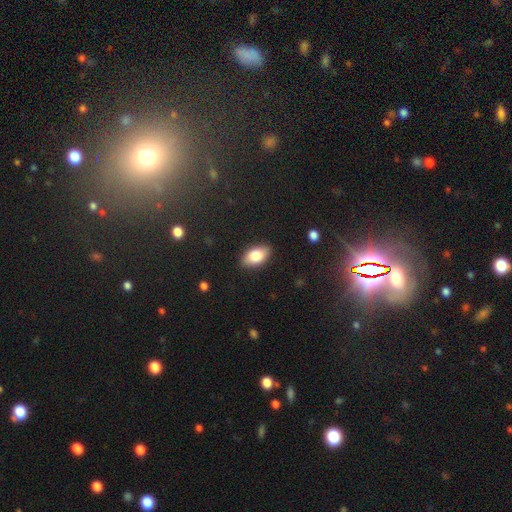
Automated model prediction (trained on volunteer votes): A smooth galaxy with no disk features (81%) that is in between round and cigar-shaped (93%). Merging: none (86%).